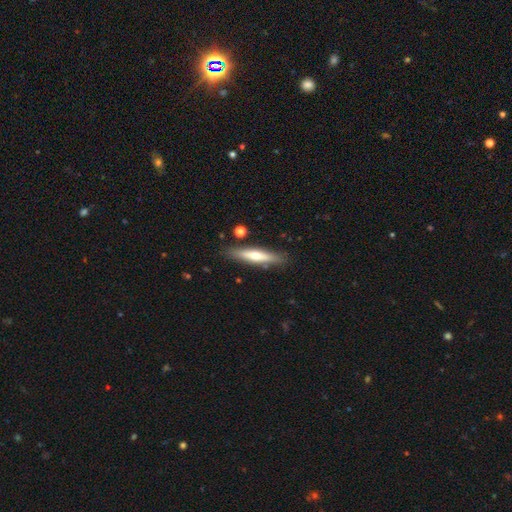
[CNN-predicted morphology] smooth-or-featured: smooth: 50% | featured or disk: 44% | star or artifact: 6%
  how-rounded: cigar-shaped: 84% | in between: 14% | round: 2%
  merging: none: 84% | minor disturbance: 10% | merger: 3% | major disturbance: 2%